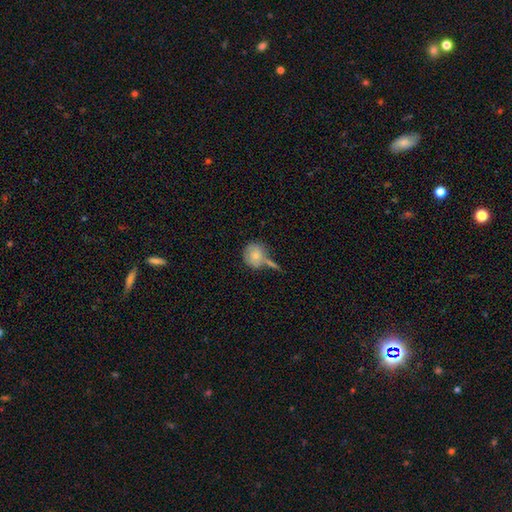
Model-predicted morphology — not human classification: Smooth or featured?
  - smooth: 73% *
  - featured or disk: 19%
  - star or artifact: 8%
How rounded?
  - round: 79% *
  - in between: 20%
  - cigar-shaped: 1%
Merging?
  - none: 45% *
  - merger: 26%
  - minor disturbance: 19%
  - major disturbance: 9%